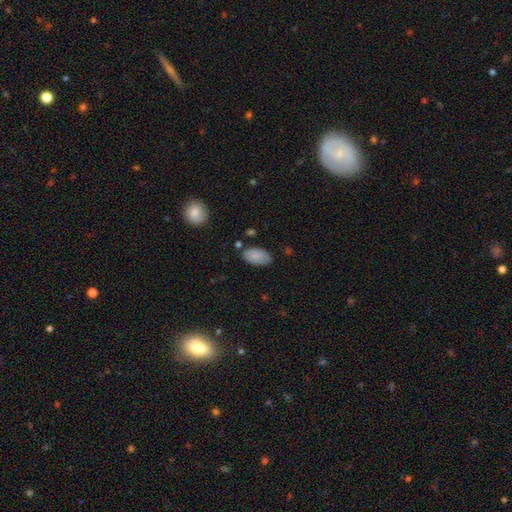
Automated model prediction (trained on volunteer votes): This appears to be a smooth galaxy with no disk features (86%) that is in between round and cigar-shaped (95%). Merging: none (75%).